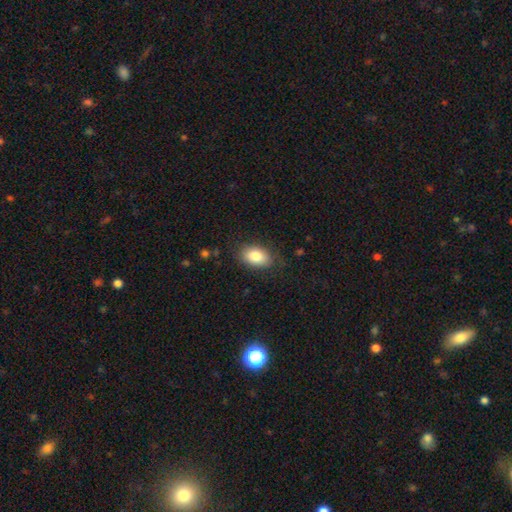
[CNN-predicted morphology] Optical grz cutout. It shows a smooth galaxy with no disk features (83%) that is in between round and cigar-shaped (88%). Merging: none (81%).